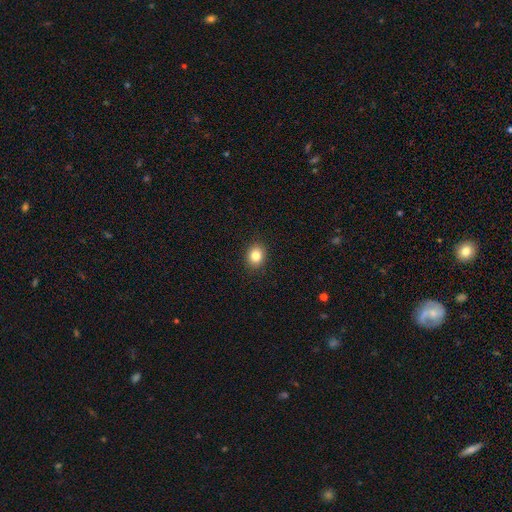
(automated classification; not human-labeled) Overall: smooth (83%). How rounded: round (61%; in between 38%). Merging: none (91%).